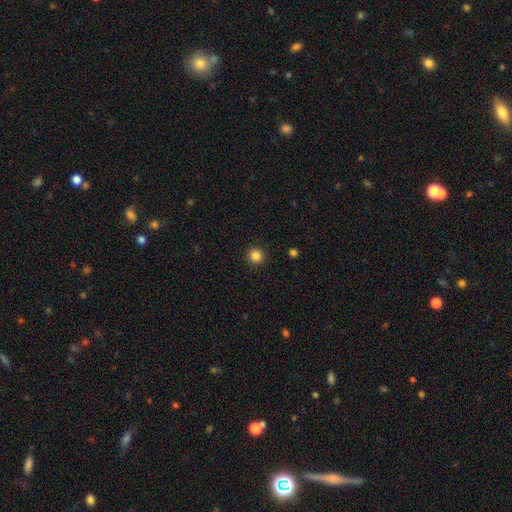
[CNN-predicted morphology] A smooth galaxy with no disk features (85%) that is round (93%). Merging: none (92%).